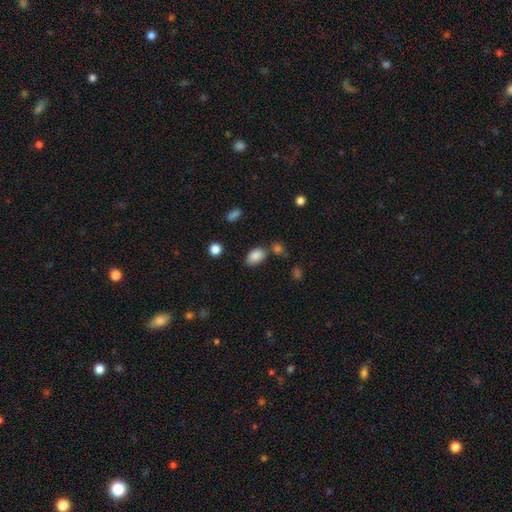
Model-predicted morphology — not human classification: A smooth galaxy with no disk features (86%) that is in between round and cigar-shaped (89%). Merging: none (66%).